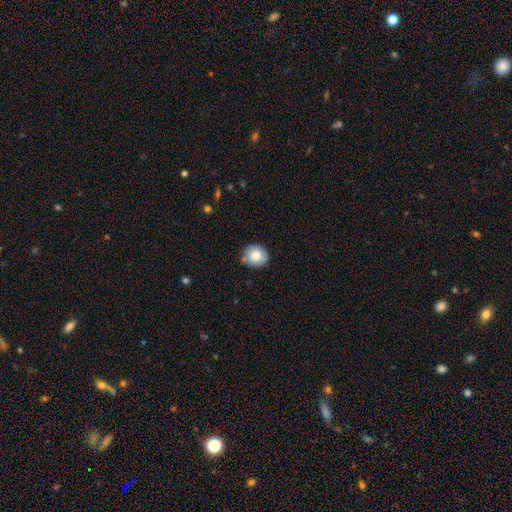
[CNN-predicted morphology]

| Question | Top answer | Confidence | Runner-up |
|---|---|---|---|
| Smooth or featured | smooth | 81% | featured or disk (11%) |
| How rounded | round | 79% | in between (20%) |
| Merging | none | 80% | minor disturbance (15%) |